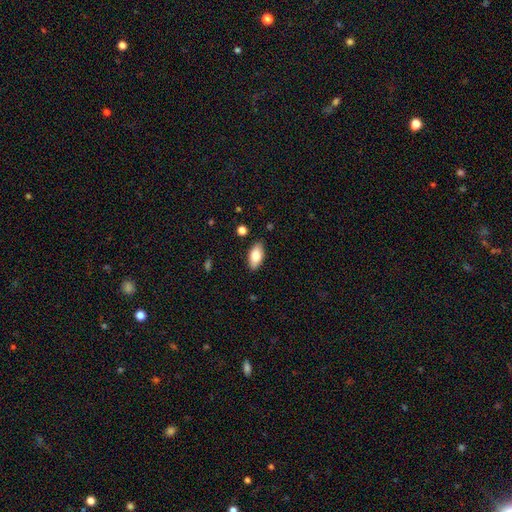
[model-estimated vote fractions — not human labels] smooth_or_featured: smooth (p=0.78) [alt: featured or disk p=0.15]
how_rounded: in between (p=0.91) [alt: cigar-shaped p=0.06]
merging: none (p=0.87) [alt: minor disturbance p=0.10]